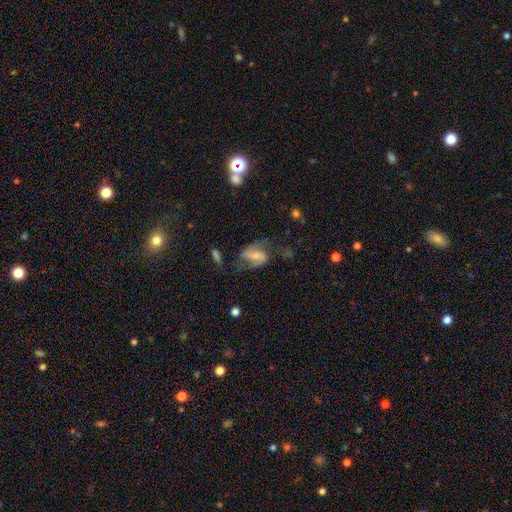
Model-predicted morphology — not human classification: Smooth or featured?
  - featured or disk: 55% *
  - smooth: 36%
  - star or artifact: 9%
Edge-on disk?
  - no: 94% *
  - yes: 6%
Bar?
  - weak: 41% *
  - no: 32%
  - strong: 27%
Spiral arms?
  - yes: 79% *
  - no: 21%
Bulge size?
  - moderate: 41% *
  - small: 37%
  - none: 10%
  - large: 9%
  - dominant: 2%
Merging?
  - none: 45% *
  - major disturbance: 26%
  - minor disturbance: 25%
  - merger: 4%